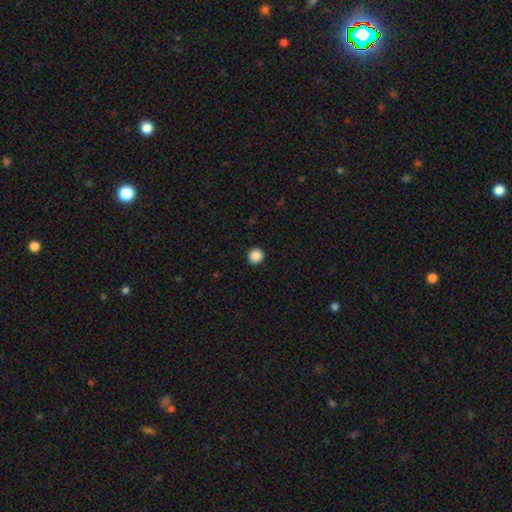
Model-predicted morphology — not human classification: Overall: smooth (88%). How rounded: round (92%). Merging: none (93%).